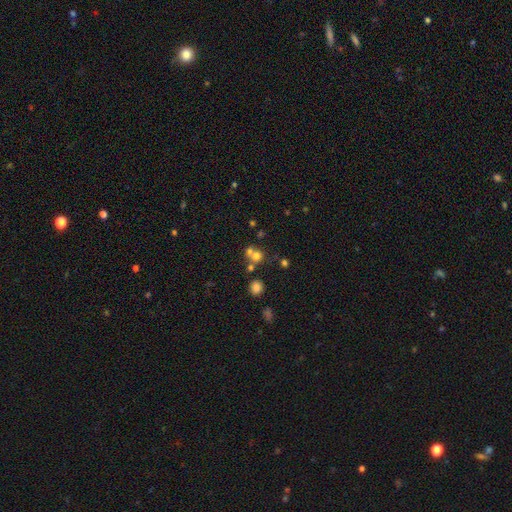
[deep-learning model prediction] Smooth or featured? smooth (64%)
How rounded? round (85%)
Merging? none (46%)